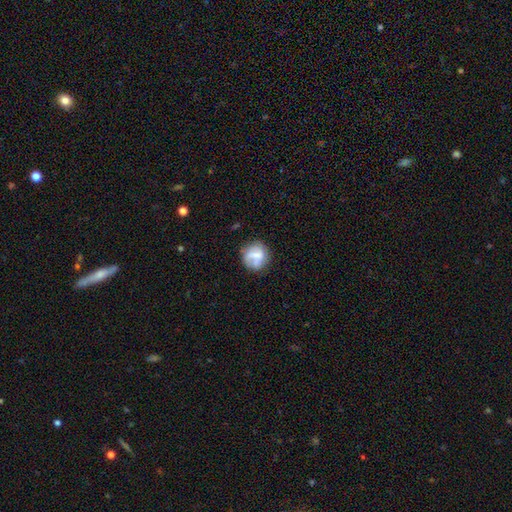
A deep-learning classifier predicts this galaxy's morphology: smooth_or_featured: smooth (p=0.57) [alt: featured or disk p=0.34]
how_rounded: round (p=0.82) [alt: in between p=0.17]
merging: none (p=0.60) [alt: minor disturbance p=0.23]